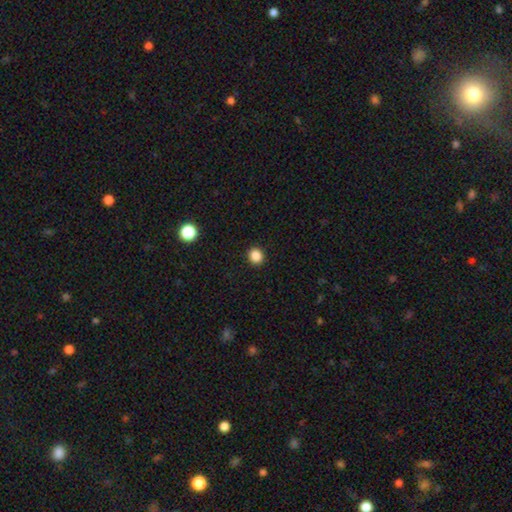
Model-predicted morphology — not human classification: This appears to be a smooth galaxy with no disk features (86%) that is round (85%). Merging: none (92%).